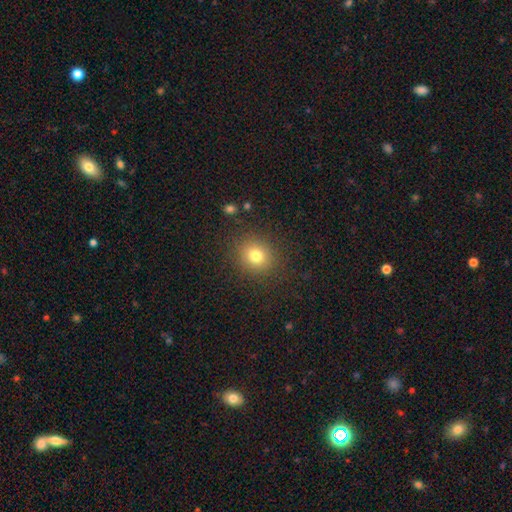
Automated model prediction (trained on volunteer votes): smooth-or-featured: smooth: 78% | star or artifact: 14% | featured or disk: 8%
  how-rounded: round: 83% | in between: 16% | cigar-shaped: 1%
  merging: none: 87% | minor disturbance: 8% | major disturbance: 3% | merger: 1%